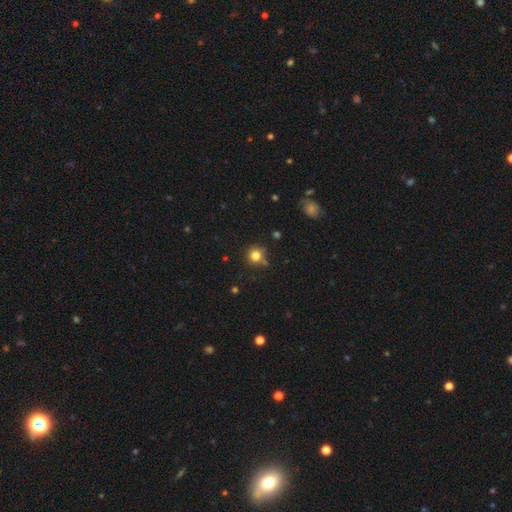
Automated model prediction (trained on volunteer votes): Smooth or featured? smooth (80%)
How rounded? round (91%)
Merging? none (75%)